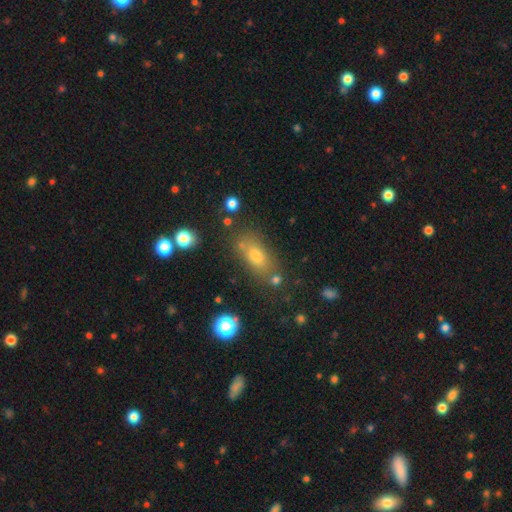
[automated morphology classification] Overall: smooth (71%). How rounded: in between (76%). Merging: none (70%).